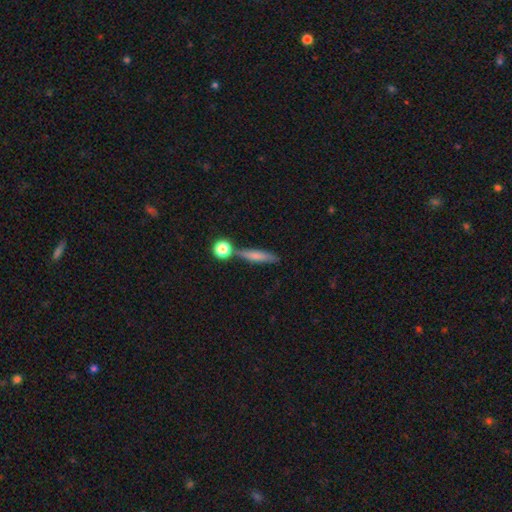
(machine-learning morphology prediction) Smooth or featured: smooth — 68% (featured or disk — 23%)
How rounded: cigar-shaped — 77% (in between — 17%)
Merging: none — 70% (merger — 14%)